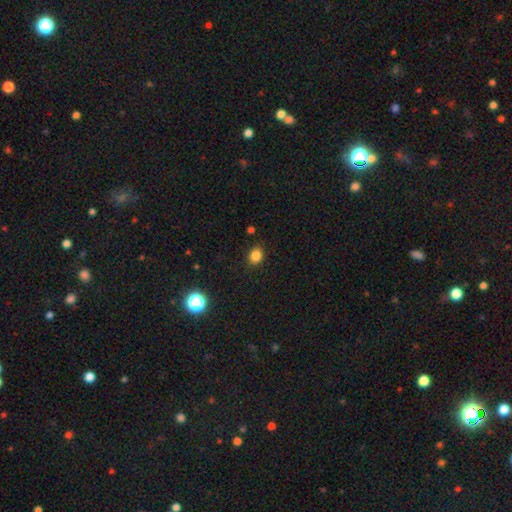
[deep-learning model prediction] A smooth galaxy with no disk features (83%) that is round (63%).

Vote fractions:
- Smooth or featured? smooth: 83% / star or artifact: 13% / featured or disk: 4%
- How rounded? round: 63% / in between: 36% / cigar-shaped: 1%
- Merging? none: 87% / minor disturbance: 9% / major disturbance: 2% / merger: 1%